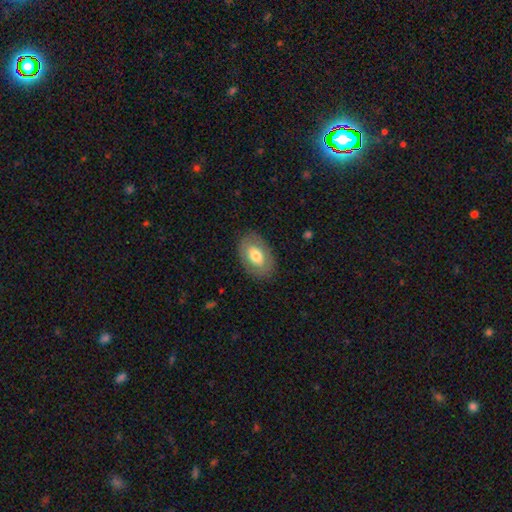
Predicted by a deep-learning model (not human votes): A smooth galaxy with no disk features (62%) that is in between round and cigar-shaped (87%).

Vote fractions:
- Smooth or featured? smooth: 62% / featured or disk: 32% / star or artifact: 6%
- How rounded? in between: 87% / round: 12% / cigar-shaped: 1%
- Merging? none: 83% / minor disturbance: 12% / major disturbance: 4% / merger: 1%